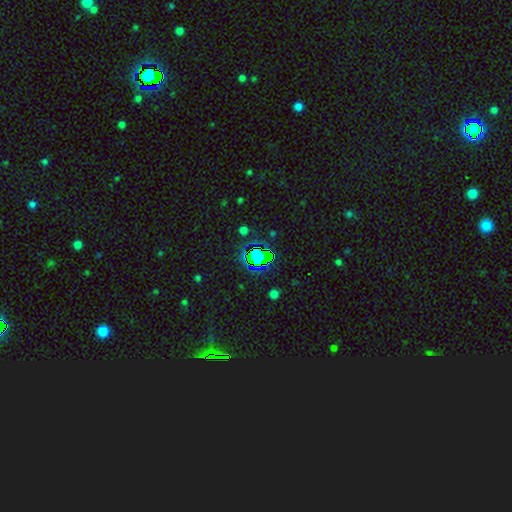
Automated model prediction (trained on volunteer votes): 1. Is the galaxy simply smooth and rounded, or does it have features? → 68% star or artifact, 21% smooth, 11% featured or disk.